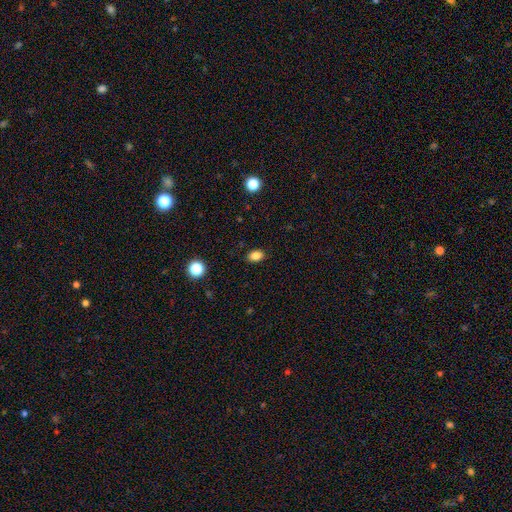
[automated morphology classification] This is clearly a smooth galaxy (85%). How rounded: clearly in between (80%). Merging: clearly none (87%).